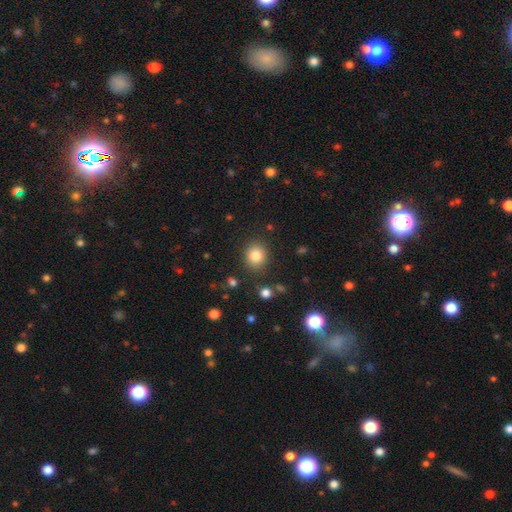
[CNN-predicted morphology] Smooth or featured?
  - smooth: 82% *
  - star or artifact: 11%
  - featured or disk: 7%
How rounded?
  - round: 77% *
  - in between: 22%
  - cigar-shaped: 1%
Merging?
  - none: 86% *
  - minor disturbance: 8%
  - major disturbance: 3%
  - merger: 2%